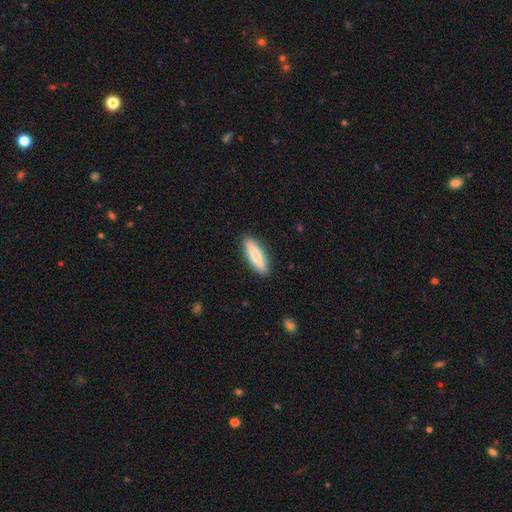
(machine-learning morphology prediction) smooth 82%, featured or disk 13%, star or artifact 5%. Down the decision tree: how rounded — cigar-shaped (69%); merging — none (90%).